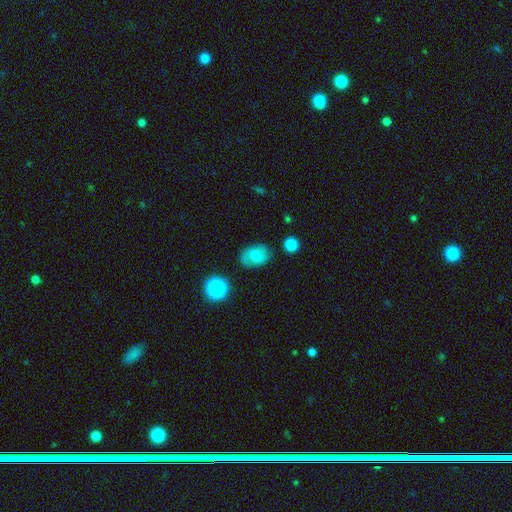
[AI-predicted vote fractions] Smooth or featured: smooth — 68% (featured or disk — 22%)
How rounded: in between — 72% (round — 27%)
Merging: none — 75% (minor disturbance — 17%)